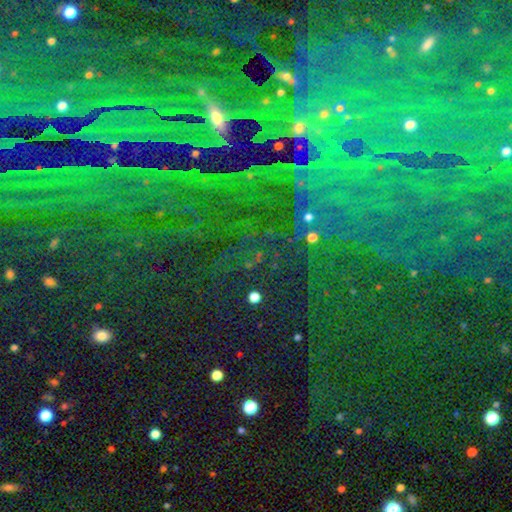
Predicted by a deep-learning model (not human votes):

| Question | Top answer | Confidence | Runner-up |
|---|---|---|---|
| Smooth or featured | star or artifact | 71% | featured or disk (15%) |